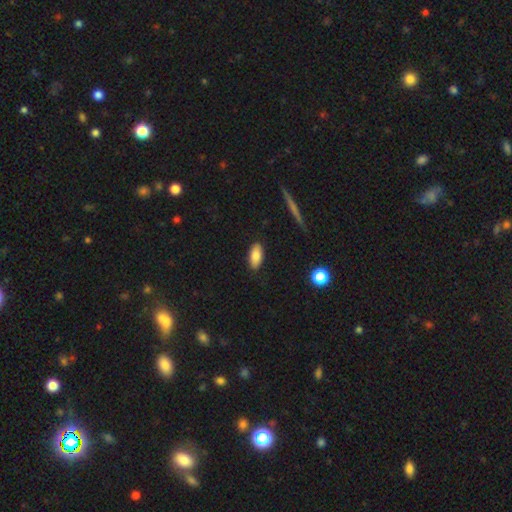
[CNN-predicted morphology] smooth_or_featured: smooth (p=0.84) [alt: featured or disk p=0.09]
how_rounded: in between (p=0.91) [alt: cigar-shaped p=0.07]
merging: none (p=0.88) [alt: minor disturbance p=0.09]